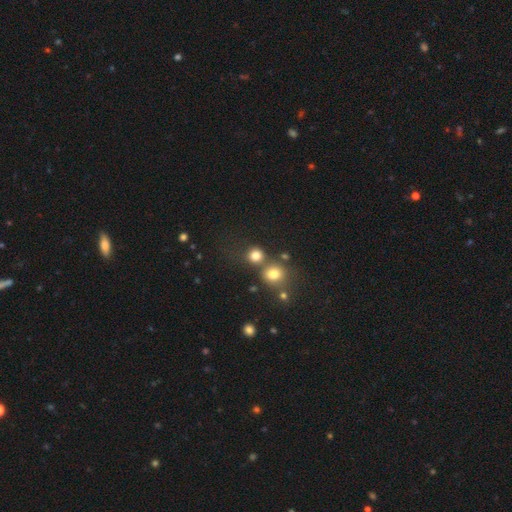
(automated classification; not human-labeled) smooth 78%, star or artifact 15%, featured or disk 7%. Down the decision tree: how rounded — round (86%); merging — none (60%).